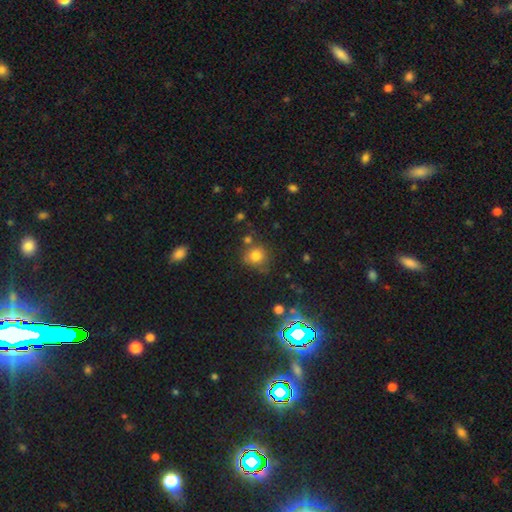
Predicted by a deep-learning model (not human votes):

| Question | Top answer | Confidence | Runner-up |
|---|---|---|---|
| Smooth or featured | smooth | 75% | star or artifact (16%) |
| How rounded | round | 86% | in between (13%) |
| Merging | none | 69% | minor disturbance (16%) |